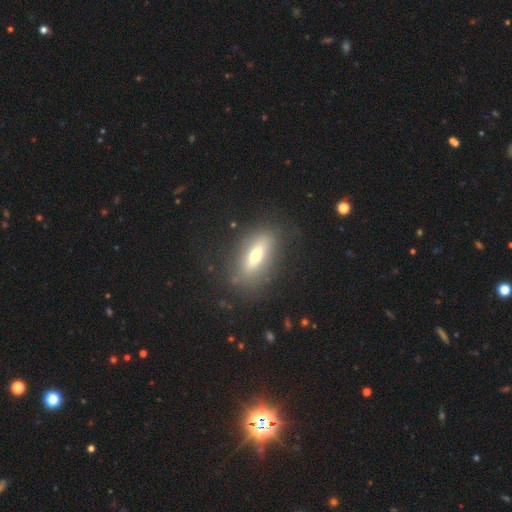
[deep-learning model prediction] smooth 55%, featured or disk 35%, star or artifact 10%. Down the decision tree: how rounded — in between (73%); merging — none (79%).